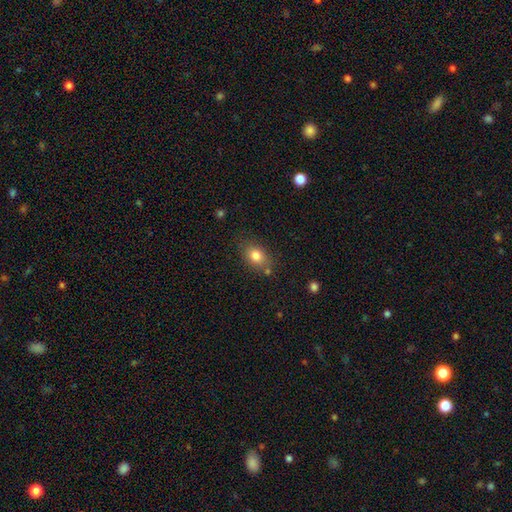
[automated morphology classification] smooth 80%, featured or disk 10%, star or artifact 10%. Down the decision tree: how rounded — in between (73%); merging — none (73%).